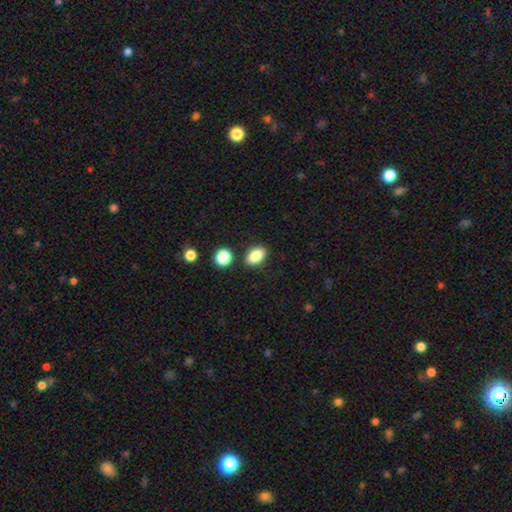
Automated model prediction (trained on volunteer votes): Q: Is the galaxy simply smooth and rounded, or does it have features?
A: smooth — 85%.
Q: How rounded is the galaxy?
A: in between — 87%.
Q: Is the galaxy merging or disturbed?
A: none — 84%.